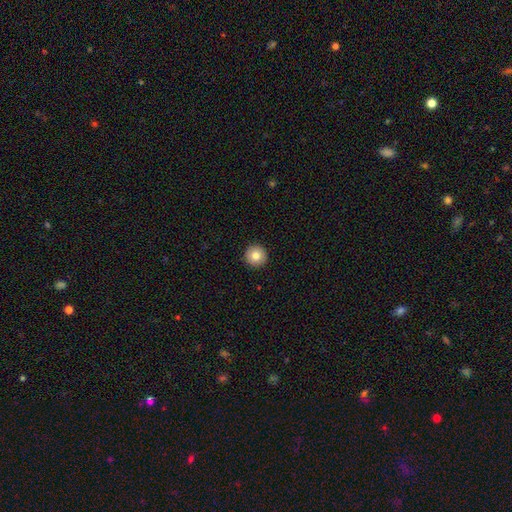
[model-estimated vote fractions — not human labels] smooth-or-featured: smooth: 81% | featured or disk: 10% | star or artifact: 9%
  how-rounded: round: 97% | in between: 2% | cigar-shaped: 1%
  merging: none: 93% | minor disturbance: 4% | major disturbance: 1% | merger: 1%